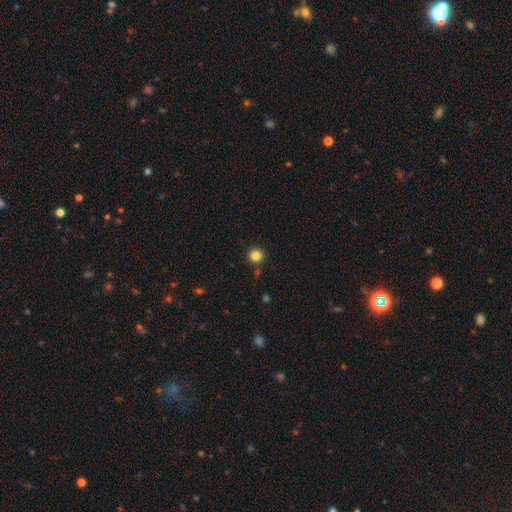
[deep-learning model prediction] Q: Smooth or featured?
A: smooth (84%); runner-up: star or artifact (12%)
Q: How rounded?
A: round (93%); runner-up: in between (6%)
Q: Merging?
A: none (86%); runner-up: minor disturbance (8%)